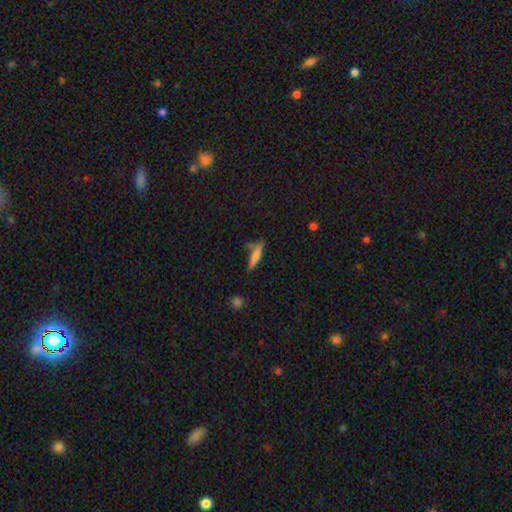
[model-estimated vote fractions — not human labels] The model was most divided on "smooth or featured": smooth: 68%, featured or disk: 24%, star or artifact: 8%. More confident: how rounded — cigar-shaped (86%); merging — none (67%).